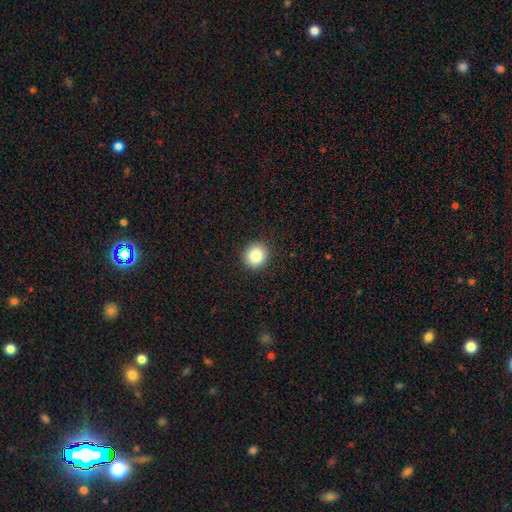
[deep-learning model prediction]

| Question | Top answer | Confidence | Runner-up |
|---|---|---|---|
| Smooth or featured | smooth | 86% | star or artifact (9%) |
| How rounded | round | 90% | in between (9%) |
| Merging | none | 92% | minor disturbance (5%) |